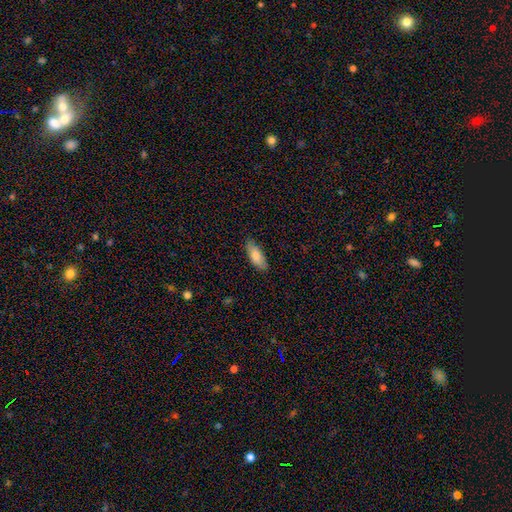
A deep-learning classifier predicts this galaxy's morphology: Overall: smooth (82%). How rounded: in between (75%). Merging: none (81%).